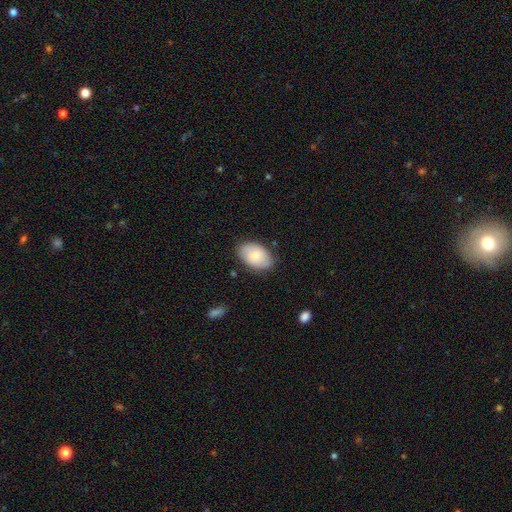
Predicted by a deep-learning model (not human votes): smooth_or_featured: smooth (p=0.75) [alt: featured or disk p=0.18]
how_rounded: in between (p=0.90) [alt: round p=0.09]
merging: none (p=0.81) [alt: minor disturbance p=0.15]